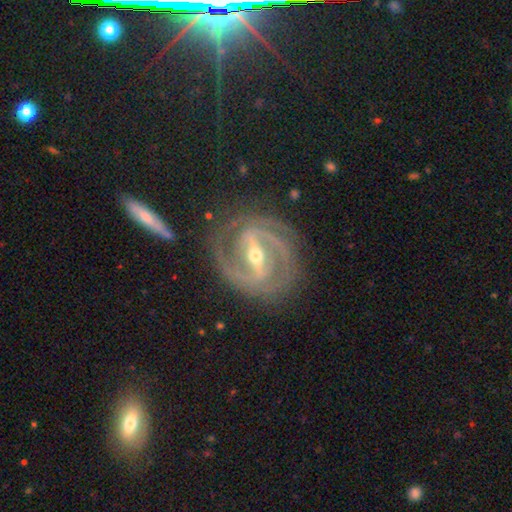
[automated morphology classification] smooth-or-featured: featured or disk: 90% | smooth: 5% | star or artifact: 5%
  disk-edge-on: no: 94% | yes: 6%
    bar: strong: 73% | weak: 21% | no: 7%
    has-spiral-arms: yes: 93% | no: 7%
      spiral-winding: tight: 64% | medium: 29% | loose: 6%
      spiral-arm-count: 2: 64% | 3: 14% | can't tell: 12% | 4: 4% | 1: 3% | more than 4: 3%
    bulge-size: moderate: 52% | small: 44% | large: 2% | none: 1% | dominant: 1%
  merging: none: 78% | minor disturbance: 14% | major disturbance: 6% | merger: 2%